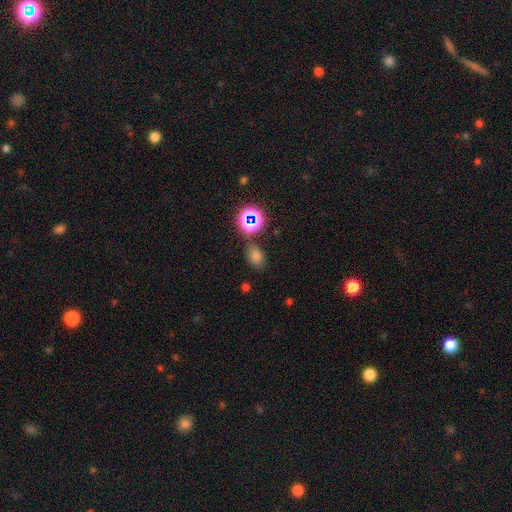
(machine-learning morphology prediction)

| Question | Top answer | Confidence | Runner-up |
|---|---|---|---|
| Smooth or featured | smooth | 62% | star or artifact (30%) |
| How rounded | in between | 71% | round (28%) |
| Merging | none | 78% | minor disturbance (12%) |